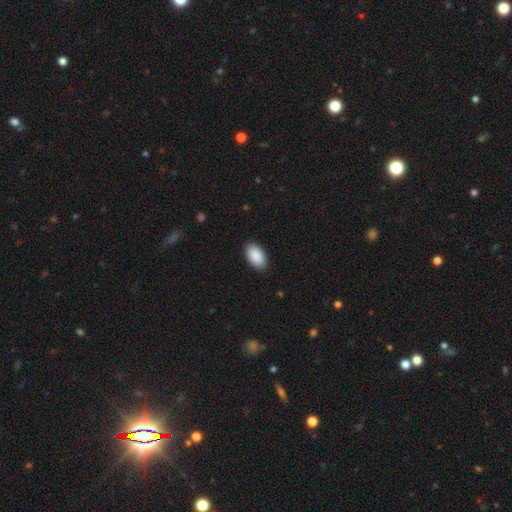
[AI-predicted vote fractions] Q: Smooth or featured?
A: smooth (91%); runner-up: star or artifact (6%)
Q: How rounded?
A: in between (95%); runner-up: round (4%)
Q: Merging?
A: none (88%); runner-up: minor disturbance (9%)